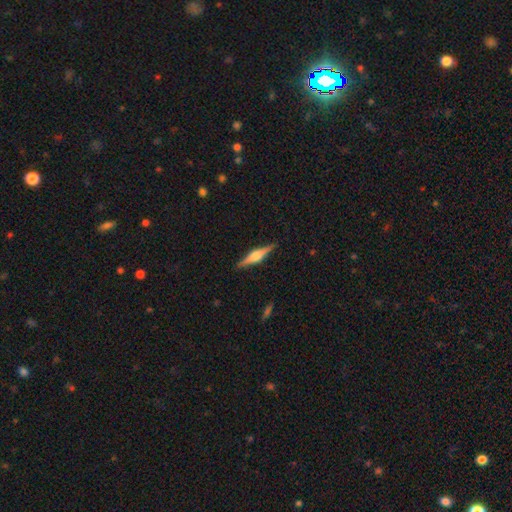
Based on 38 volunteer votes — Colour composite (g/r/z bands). It shows a featured or disk galaxy (82%) viewed edge-on (97%) with a rounded central bulge (93%). Merging: none (91%).